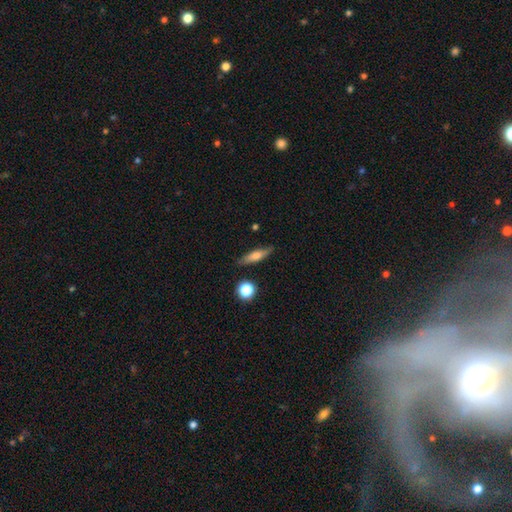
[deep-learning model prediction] This appears to be a smooth galaxy with no disk features (61%) that is cigar-shaped (65%). Merging: none (82%).